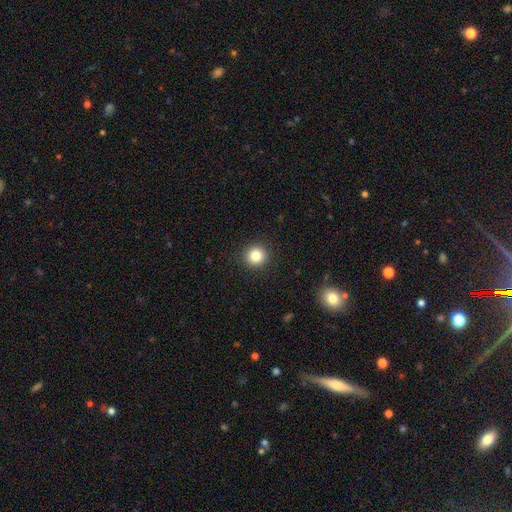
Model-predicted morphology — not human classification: Q: Smooth or featured?
A: smooth (83%); runner-up: star or artifact (11%)
Q: How rounded?
A: round (94%); runner-up: in between (5%)
Q: Merging?
A: none (92%); runner-up: minor disturbance (5%)